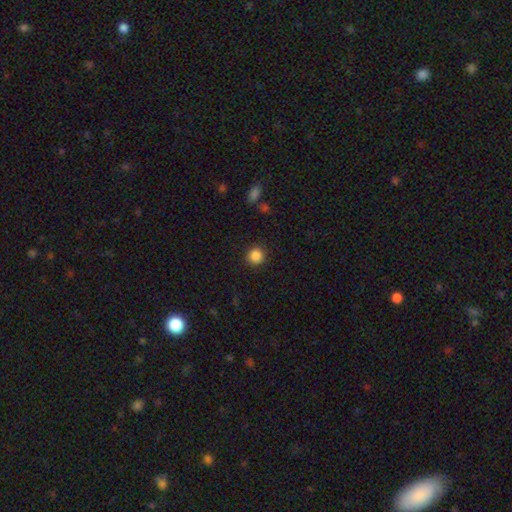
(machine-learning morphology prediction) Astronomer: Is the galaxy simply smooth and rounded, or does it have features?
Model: smooth — 86%.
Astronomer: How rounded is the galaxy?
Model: round — 93%.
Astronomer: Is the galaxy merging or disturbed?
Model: none — 91%.